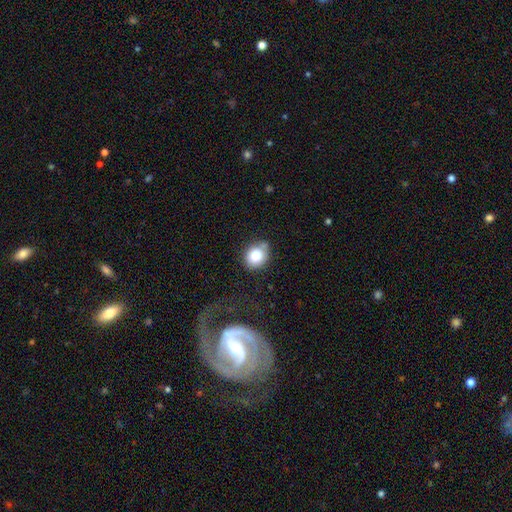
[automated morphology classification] This is clearly a smooth galaxy (82%). How rounded: likely round (67%). Merging: likely none (70%).